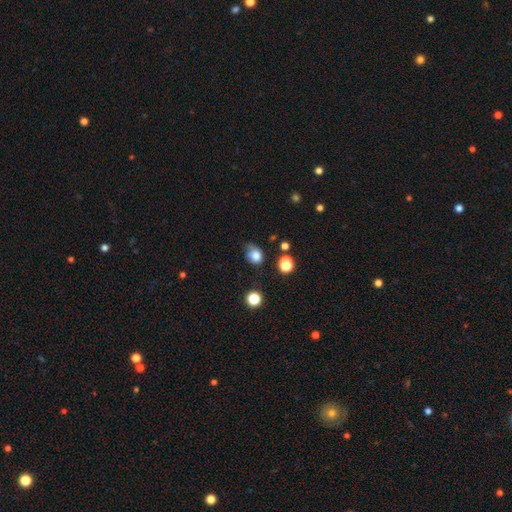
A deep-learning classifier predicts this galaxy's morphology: This appears to be a smooth galaxy with no disk features (77%) that is round (59%). Merging: none (46%).